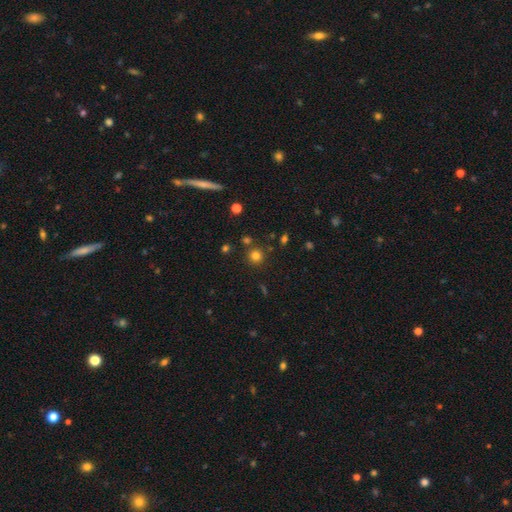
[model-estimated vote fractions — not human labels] smooth-or-featured: smooth: 78% | star or artifact: 16% | featured or disk: 6%
  how-rounded: round: 93% | in between: 6% | cigar-shaped: 1%
  merging: none: 82% | merger: 8% | minor disturbance: 8% | major disturbance: 3%